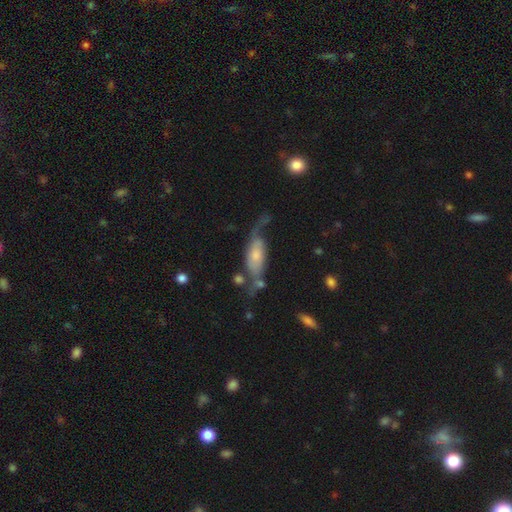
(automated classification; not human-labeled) Q: Smooth or featured?
A: featured or disk (58%); runner-up: smooth (35%)
Q: Edge-on disk?
A: no (79%); runner-up: yes (21%)
Q: Merging?
A: none (37%); runner-up: major disturbance (28%)